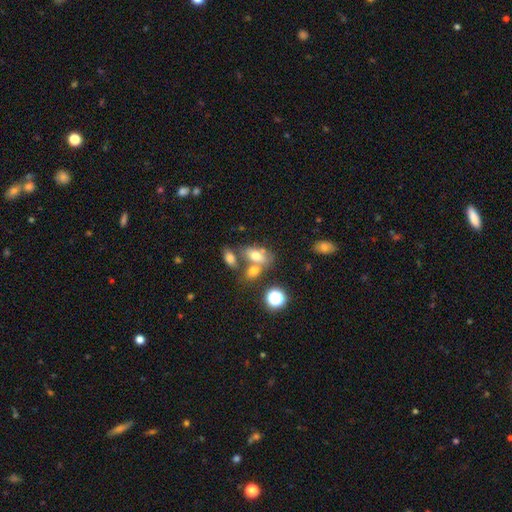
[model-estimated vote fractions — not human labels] Smooth or featured?
  - smooth: 65% *
  - featured or disk: 22%
  - star or artifact: 14%
How rounded?
  - in between: 84% *
  - round: 12%
  - cigar-shaped: 5%
Merging?
  - merger: 41% * (tied)
  - none: 41% * (tied)
  - minor disturbance: 12%
  - major disturbance: 6%